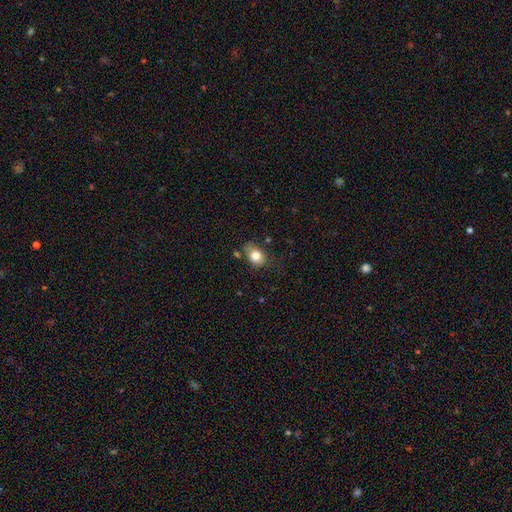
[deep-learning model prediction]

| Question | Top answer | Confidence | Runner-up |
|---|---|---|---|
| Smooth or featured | smooth | 81% | featured or disk (10%) |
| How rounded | in between | 59% | round (40%) |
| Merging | none | 60% | minor disturbance (27%) |